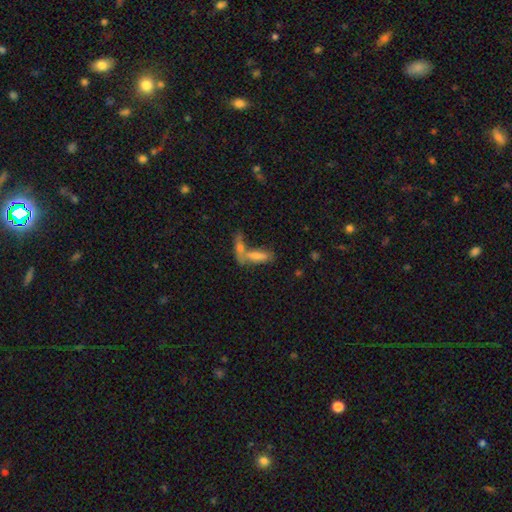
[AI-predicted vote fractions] The model was most divided on "how rounded": in between: 49%, cigar-shaped: 48%, round: 3%. Remaining: smooth or featured — smooth (63%); merging — merger (49%).